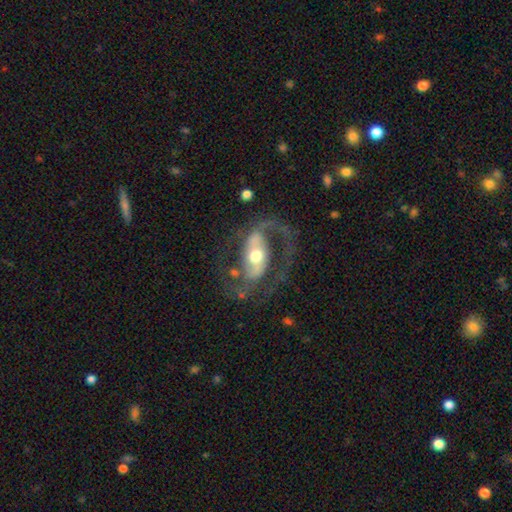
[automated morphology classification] Smooth or featured: featured or disk — 87% (smooth — 8%)
Edge-on disk: no — 96% (yes — 4%)
Bar: strong — 41% (weak — 34%)
Spiral arms: yes — 92% (no — 8%)
Spiral winding: medium — 54% (loose — 29%)
Spiral arm count: 2 — 83% (1 — 11%)
Bulge size: moderate — 67% (small — 21%)
Merging: none — 64% (major disturbance — 19%)